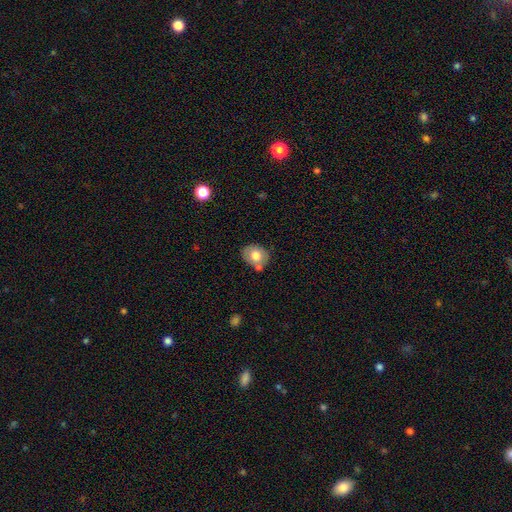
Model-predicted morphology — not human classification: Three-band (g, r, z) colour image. It shows a smooth galaxy with no disk features (70%) that is in between round and cigar-shaped (50%). Merging: none (63%).